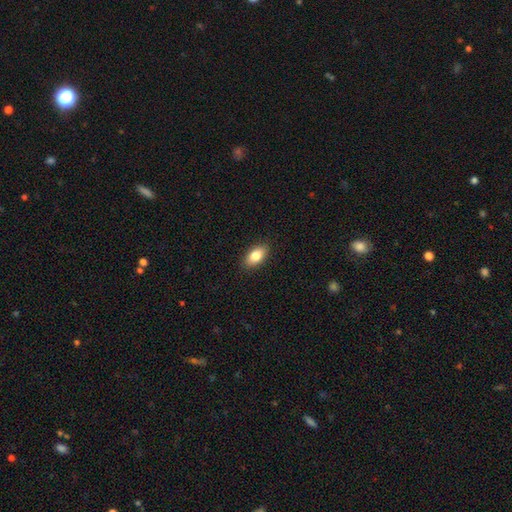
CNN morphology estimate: A smooth galaxy with no disk features (84%) that is in between round and cigar-shaped (91%).

Vote fractions:
- Smooth or featured? smooth: 84% / featured or disk: 9% / star or artifact: 7%
- How rounded? in between: 91% / round: 5% / cigar-shaped: 4%
- Merging? none: 89% / minor disturbance: 8% / major disturbance: 2% / merger: 1%